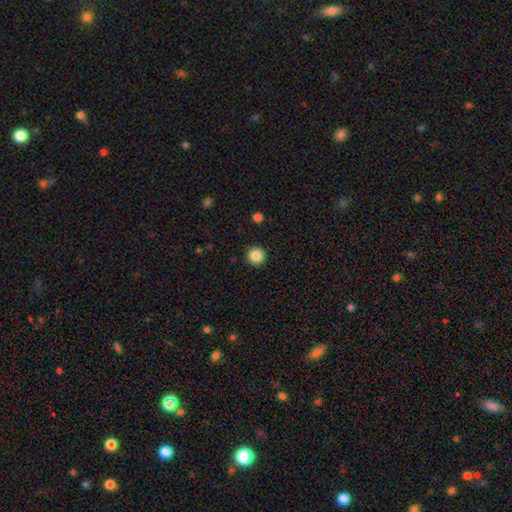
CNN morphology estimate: Smooth or featured? smooth (85%)
How rounded? round (96%)
Merging? none (93%)